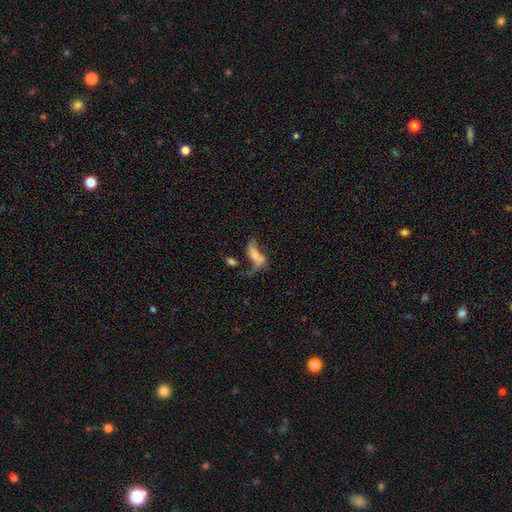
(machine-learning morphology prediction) This is possibly a featured or disk galaxy (52%). It is clearly not viewed edge-on (90%). Merging: marginally major disturbance (33%).